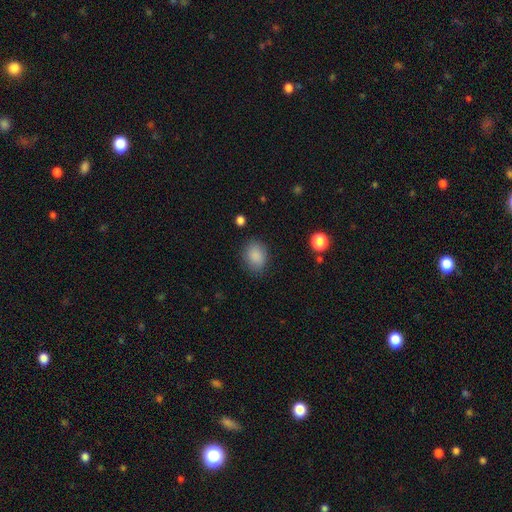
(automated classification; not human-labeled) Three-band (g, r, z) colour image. It shows a smooth galaxy with no disk features (87%) that is in between round and cigar-shaped (54%). Merging: none (80%).